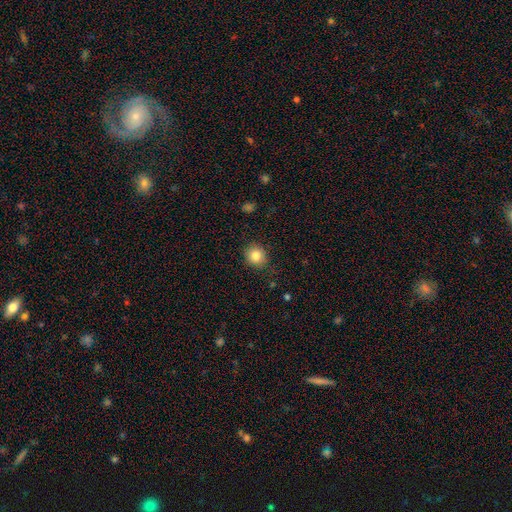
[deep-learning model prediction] A smooth galaxy with no disk features (84%) that is round (83%). Merging: none (87%).